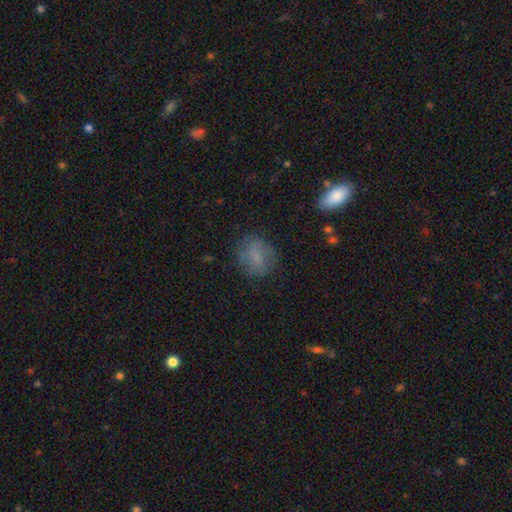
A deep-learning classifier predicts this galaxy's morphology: type=smooth (69%); roundness=round (53%); merging=none (73%).